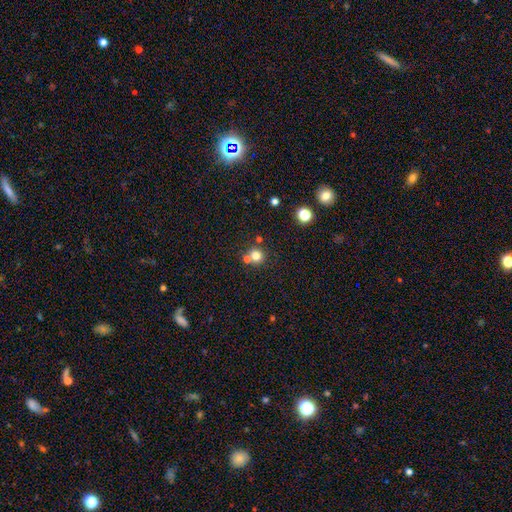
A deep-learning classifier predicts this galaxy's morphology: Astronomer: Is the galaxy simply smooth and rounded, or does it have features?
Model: smooth — 77%.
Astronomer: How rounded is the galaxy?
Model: round — 92%.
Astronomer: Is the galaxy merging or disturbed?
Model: none — 65%.